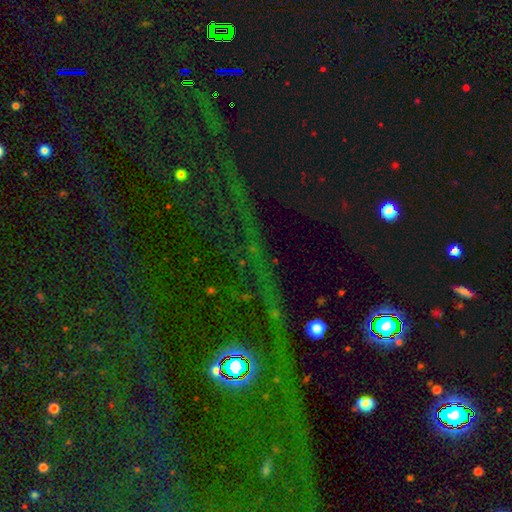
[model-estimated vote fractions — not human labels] Morphology: type=star or artifact (78%).